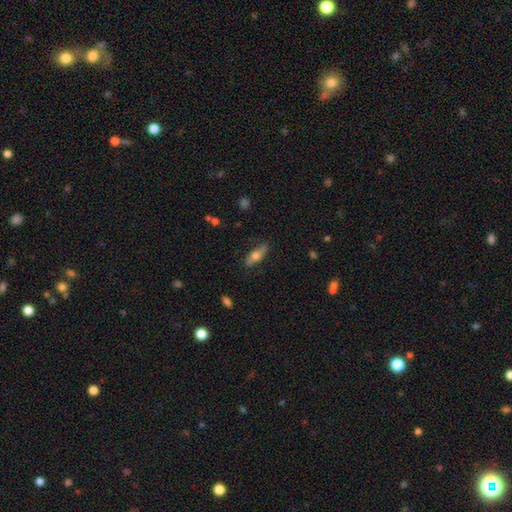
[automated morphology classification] A smooth galaxy with no disk features (56%) that is in between round and cigar-shaped (62%).

Vote fractions:
- Smooth or featured? smooth: 56% / featured or disk: 38% / star or artifact: 7%
- How rounded? in between: 62% / cigar-shaped: 35% / round: 4%
- Merging? none: 80% / minor disturbance: 15% / major disturbance: 4% / merger: 2%